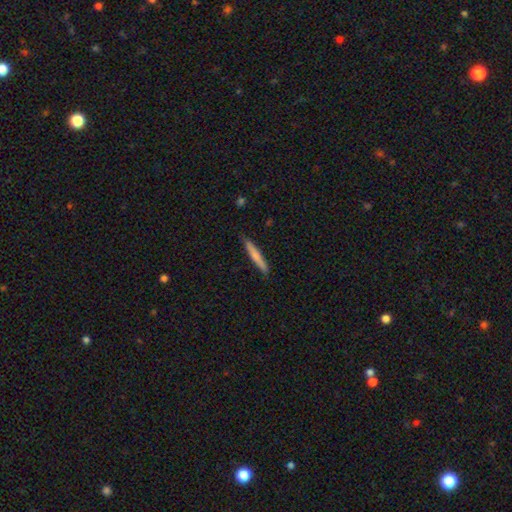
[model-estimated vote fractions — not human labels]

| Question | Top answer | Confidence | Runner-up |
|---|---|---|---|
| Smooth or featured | smooth | 68% | featured or disk (26%) |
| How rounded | cigar-shaped | 94% | in between (4%) |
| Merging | none | 87% | minor disturbance (10%) |